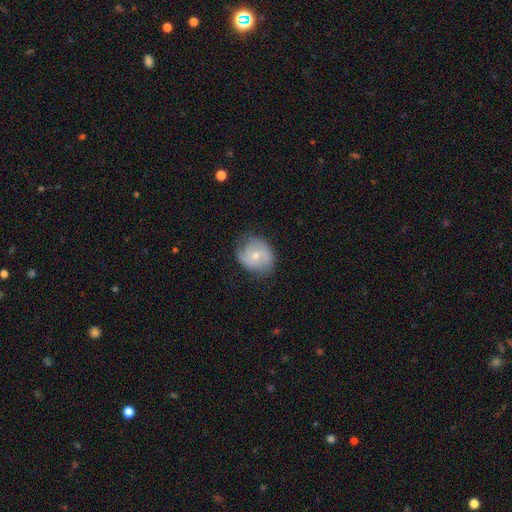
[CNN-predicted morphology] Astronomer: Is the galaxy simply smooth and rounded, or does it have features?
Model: featured or disk — 57% (runner-up: smooth, 35%).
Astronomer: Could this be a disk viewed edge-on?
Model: no — 97%.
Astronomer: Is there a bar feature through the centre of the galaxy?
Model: no — 60%.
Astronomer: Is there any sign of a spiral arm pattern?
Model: yes — 82%.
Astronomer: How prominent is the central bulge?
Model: moderate — 49% (runner-up: small, 47%).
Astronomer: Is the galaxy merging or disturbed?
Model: none — 67%.